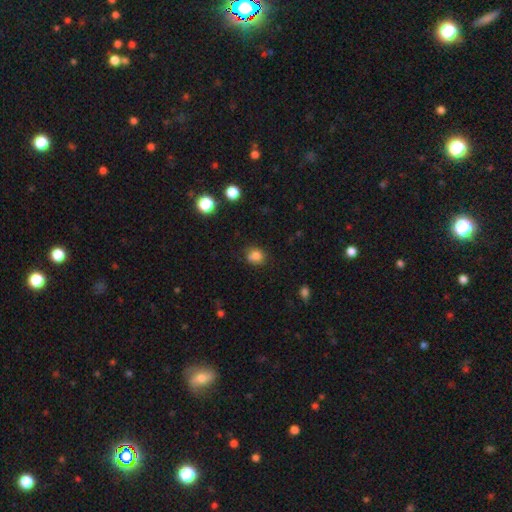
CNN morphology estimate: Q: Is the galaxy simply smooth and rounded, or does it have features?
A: smooth — 81%.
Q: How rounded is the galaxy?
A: round — 68%.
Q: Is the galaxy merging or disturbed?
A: none — 72%.